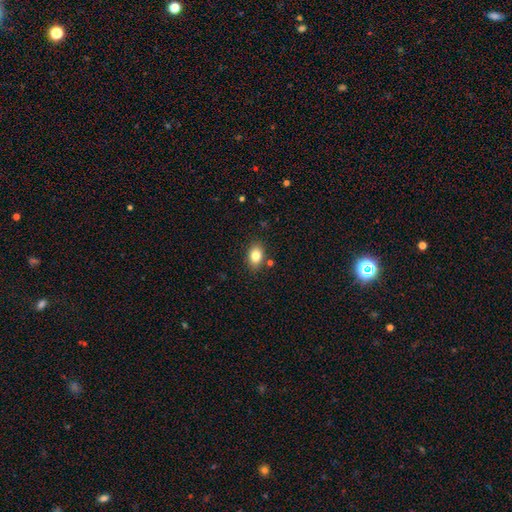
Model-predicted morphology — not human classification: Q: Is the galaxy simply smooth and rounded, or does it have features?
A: smooth — 83%.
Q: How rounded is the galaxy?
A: in between — 81%.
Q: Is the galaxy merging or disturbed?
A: none — 84%.